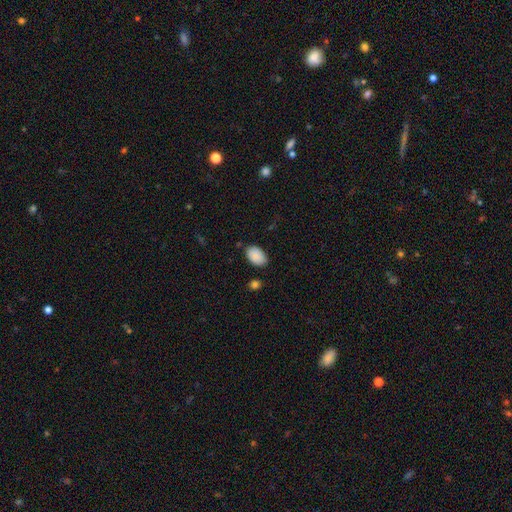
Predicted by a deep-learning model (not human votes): Smooth or featured?
  - smooth: 88% *
  - star or artifact: 7%
  - featured or disk: 5%
How rounded?
  - in between: 91% *
  - round: 8%
  - cigar-shaped: 1%
Merging?
  - none: 81% *
  - minor disturbance: 14%
  - major disturbance: 3%
  - merger: 2%